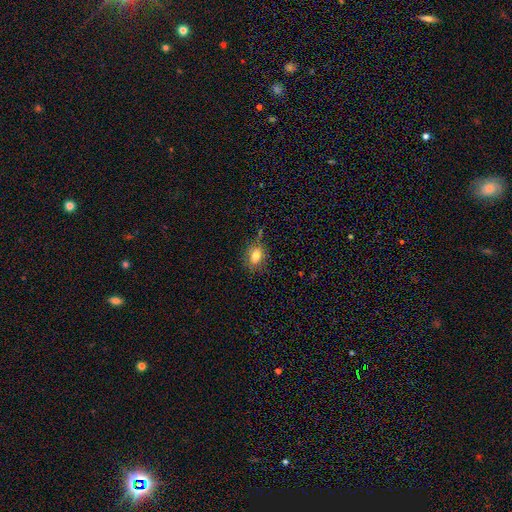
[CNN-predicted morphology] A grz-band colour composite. It shows a smooth galaxy with no disk features (78%) that is in between round and cigar-shaped (61%). Merging: none (72%).